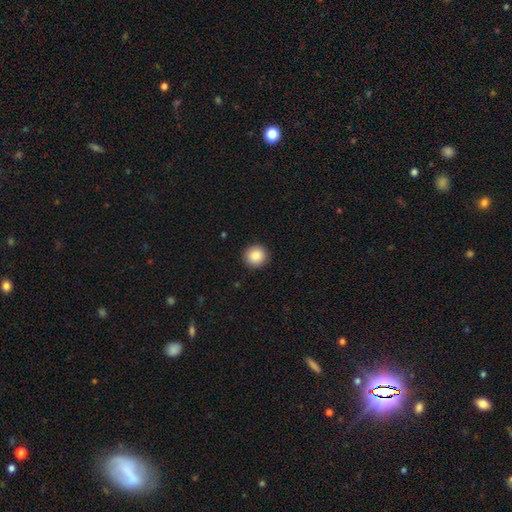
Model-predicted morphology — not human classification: A smooth galaxy with no disk features (87%) that is round (94%).

Vote fractions:
- Smooth or featured? smooth: 87% / star or artifact: 8% / featured or disk: 5%
- How rounded? round: 94% / in between: 6% / cigar-shaped: 1%
- Merging? none: 92% / minor disturbance: 6% / major disturbance: 2% / merger: 1%